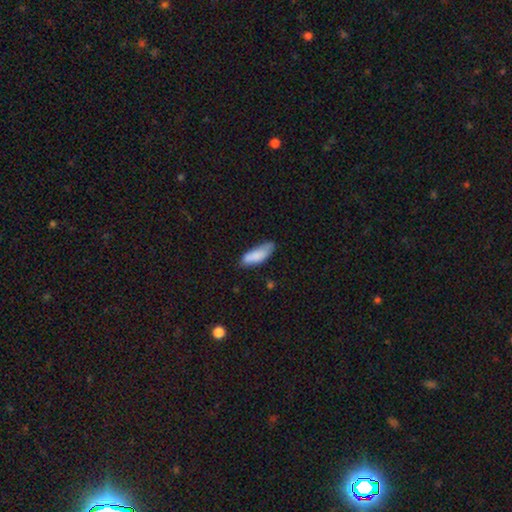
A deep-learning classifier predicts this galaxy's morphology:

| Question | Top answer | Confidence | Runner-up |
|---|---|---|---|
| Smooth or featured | smooth | 83% | featured or disk (10%) |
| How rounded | in between | 63% | cigar-shaped (35%) |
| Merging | none | 61% | minor disturbance (29%) |